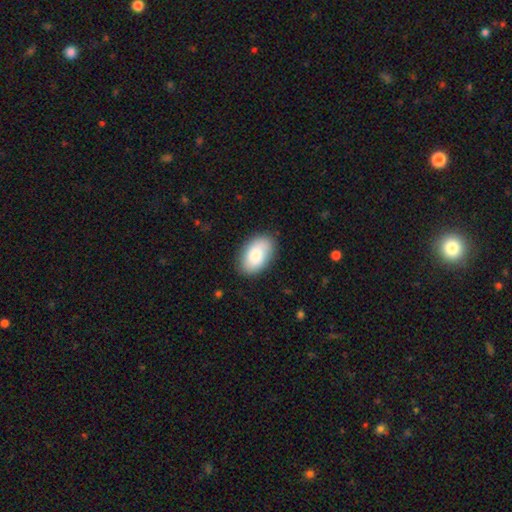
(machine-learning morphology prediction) A smooth galaxy with no disk features (82%) that is in between round and cigar-shaped (93%).

Vote fractions:
- Smooth or featured? smooth: 82% / featured or disk: 12% / star or artifact: 6%
- How rounded? in between: 93% / round: 5% / cigar-shaped: 1%
- Merging? none: 84% / minor disturbance: 12% / major disturbance: 3% / merger: 1%